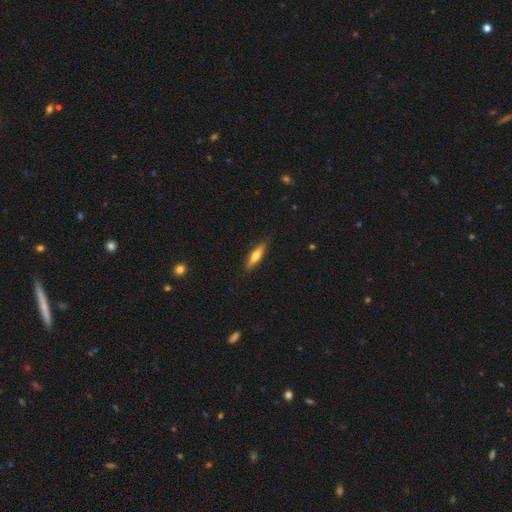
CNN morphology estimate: The model was most divided on "smooth or featured": smooth: 52%, featured or disk: 42%, star or artifact: 6%. More confident: merging — none (88%); how rounded — cigar-shaped (77%).